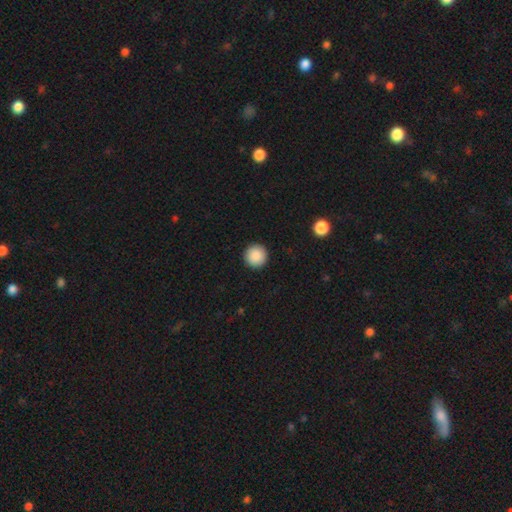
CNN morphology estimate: A smooth galaxy with no disk features (89%) that is round (96%).

Vote fractions:
- Smooth or featured? smooth: 89% / star or artifact: 8% / featured or disk: 3%
- How rounded? round: 96% / in between: 3% / cigar-shaped: 1%
- Merging? none: 94% / minor disturbance: 4% / major disturbance: 1% / merger: 1%